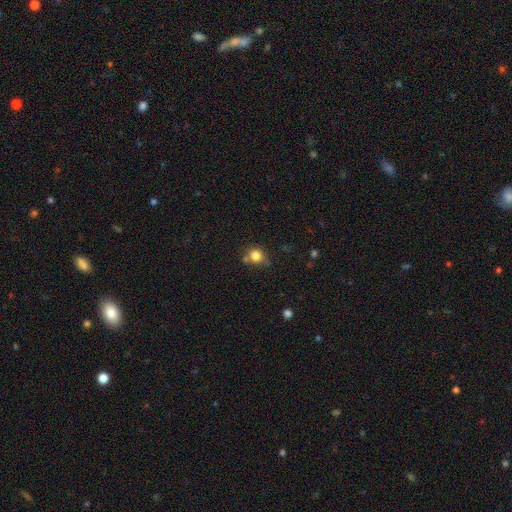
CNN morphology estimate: Smooth or featured? Predicted: smooth (p=0.80). How rounded? Predicted: round (p=0.81). Merging? Predicted: none (p=0.61).